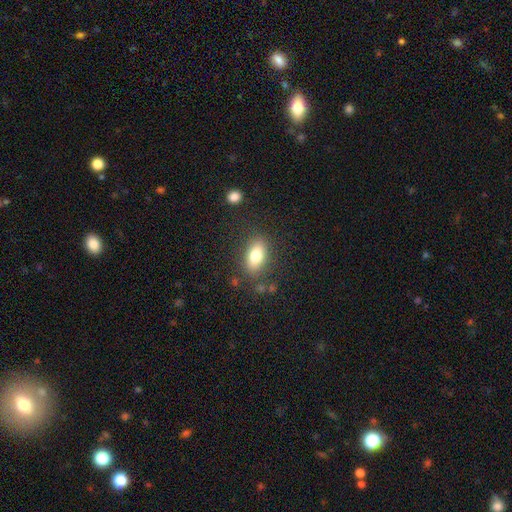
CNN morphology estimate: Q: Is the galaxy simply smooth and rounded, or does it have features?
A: smooth — 79%.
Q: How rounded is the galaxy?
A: in between — 86%.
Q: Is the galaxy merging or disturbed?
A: none — 82%.